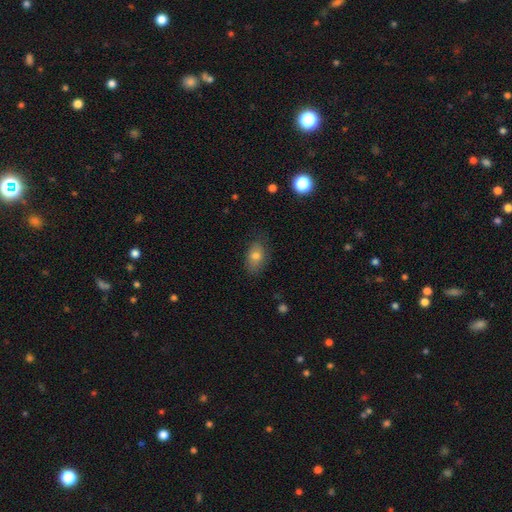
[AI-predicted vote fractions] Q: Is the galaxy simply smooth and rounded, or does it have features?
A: smooth — 77%.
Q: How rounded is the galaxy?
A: in between — 87%.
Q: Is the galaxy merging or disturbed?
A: none — 77%.